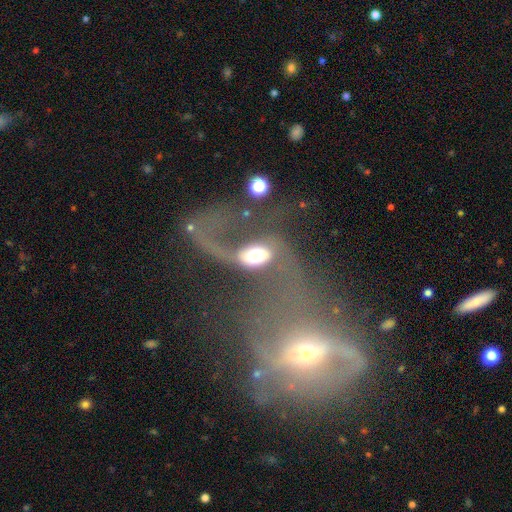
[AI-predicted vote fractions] Overall: featured or disk (55%; smooth 36%). Edge-on disk: no (91%). Merging: major disturbance (52%; none 25%).